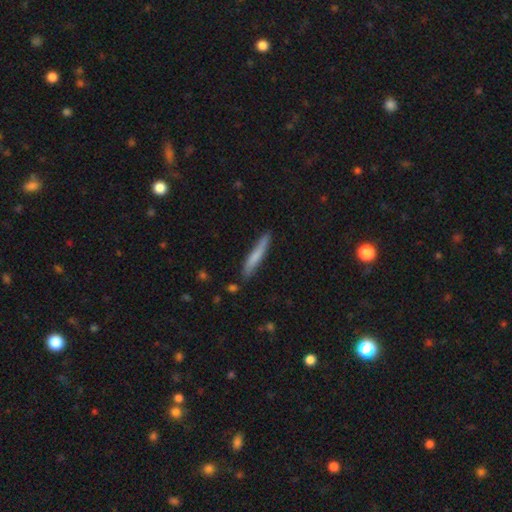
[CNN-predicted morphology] The model was most divided on "smooth or featured": smooth: 71%, featured or disk: 24%, star or artifact: 6%. More confident: how rounded — cigar-shaped (94%); merging — none (82%).